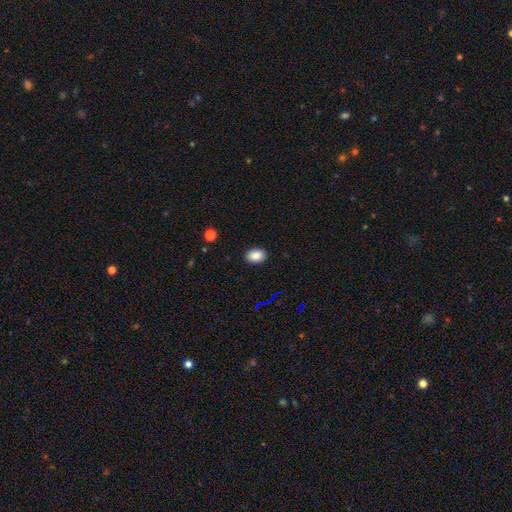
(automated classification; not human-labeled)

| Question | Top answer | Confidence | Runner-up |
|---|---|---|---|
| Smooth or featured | smooth | 86% | star or artifact (9%) |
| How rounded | in between | 78% | round (21%) |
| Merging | none | 89% | minor disturbance (8%) |